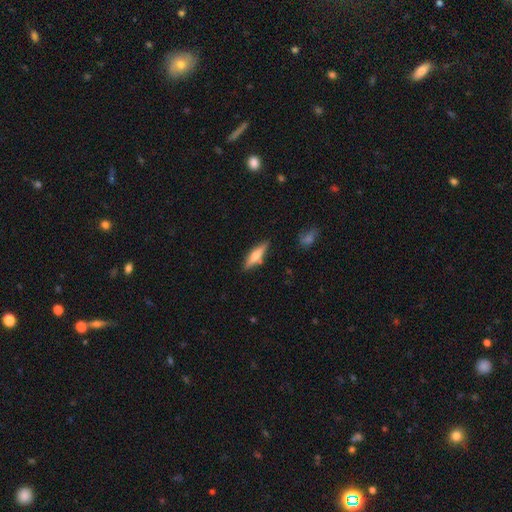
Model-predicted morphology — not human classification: A smooth galaxy with no disk features (48%).

Vote fractions:
- Smooth or featured? smooth: 48% / featured or disk: 46% / star or artifact: 6%
- Merging? none: 79% / minor disturbance: 13% / merger: 5% / major disturbance: 3%